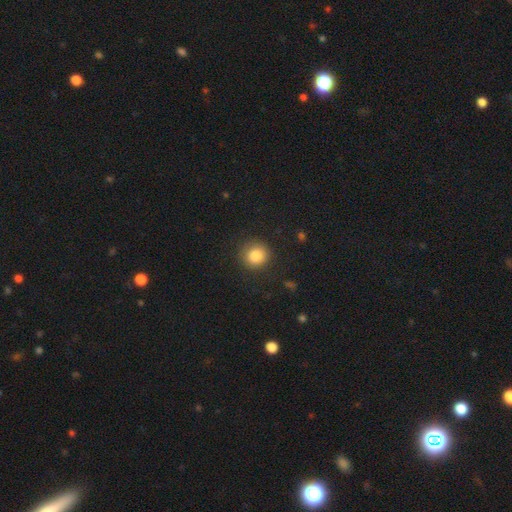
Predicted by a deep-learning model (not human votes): Morphology: type=smooth (84%); roundness=round (91%); merging=none (88%).